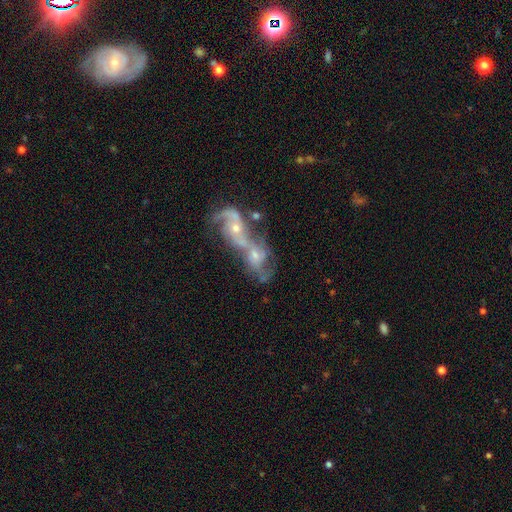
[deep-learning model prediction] smooth_or_featured: featured or disk (p=0.68) [alt: smooth p=0.23]
disk_edge_on: no (p=0.96) [alt: yes p=0.04]
bar: no (p=0.69) [alt: weak p=0.25]
has_spiral_arms: yes (p=0.74) [alt: no p=0.26]
bulge_size: moderate (p=0.46) [alt: small p=0.42]
merging: merger (p=0.80) [alt: major disturbance p=0.08]